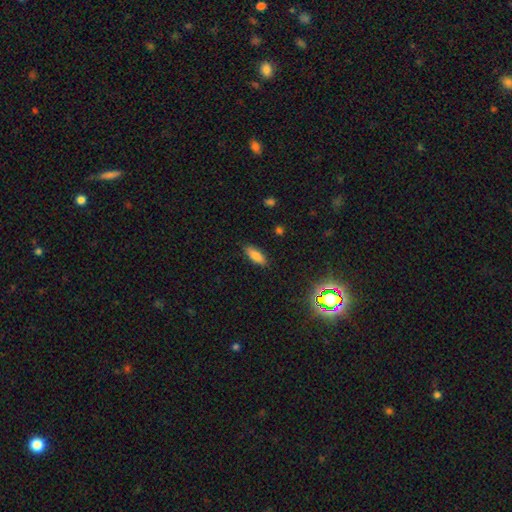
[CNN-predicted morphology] smooth-or-featured: smooth: 79% | featured or disk: 11% | star or artifact: 10%
  how-rounded: in between: 66% | cigar-shaped: 32% | round: 2%
  merging: none: 86% | minor disturbance: 11% | major disturbance: 2% | merger: 1%